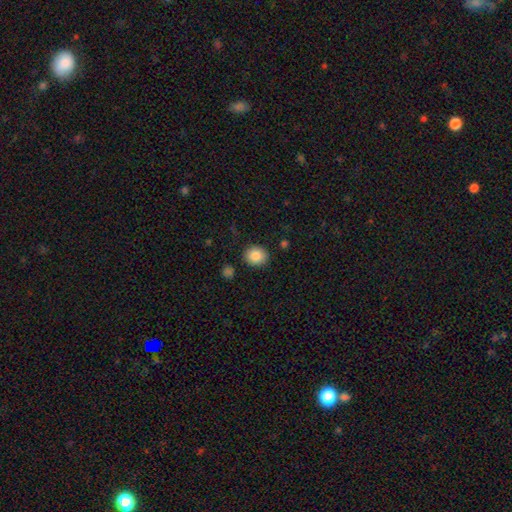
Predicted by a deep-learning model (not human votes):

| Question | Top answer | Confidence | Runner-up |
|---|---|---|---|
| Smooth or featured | smooth | 87% | star or artifact (9%) |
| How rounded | round | 74% | in between (25%) |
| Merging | none | 88% | minor disturbance (8%) |